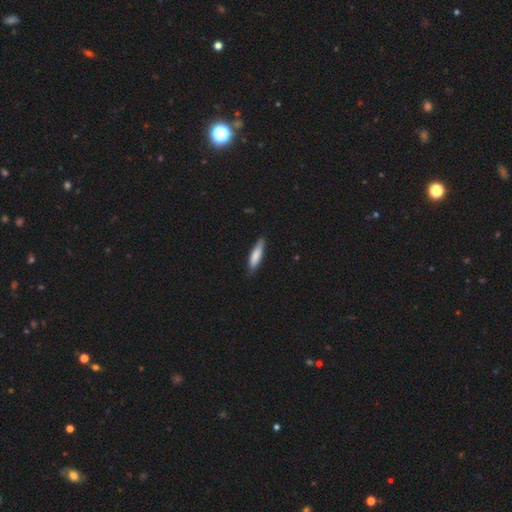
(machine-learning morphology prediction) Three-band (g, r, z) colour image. It shows a smooth galaxy with no disk features (78%) that is cigar-shaped (78%). Merging: none (81%).